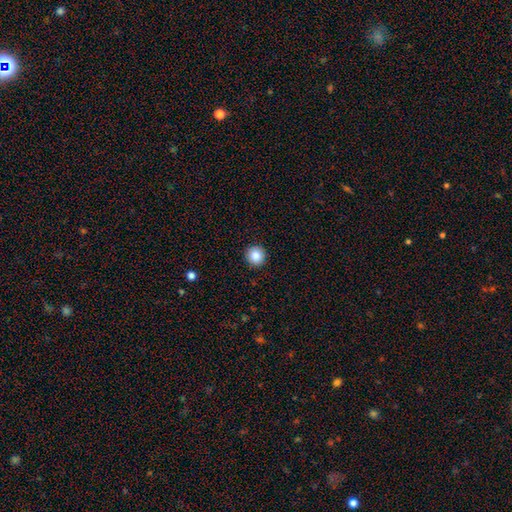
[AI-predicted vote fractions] Smooth or featured?
  - smooth: 87% *
  - star or artifact: 9%
  - featured or disk: 4%
How rounded?
  - round: 93% *
  - in between: 6%
  - cigar-shaped: 1%
Merging?
  - none: 92% *
  - minor disturbance: 5%
  - major disturbance: 2%
  - merger: 1%